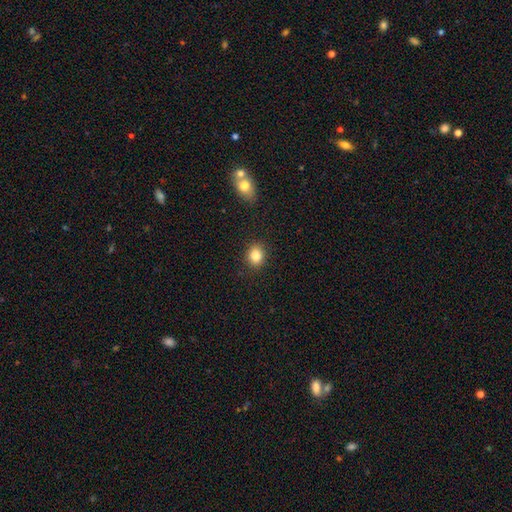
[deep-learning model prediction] This appears to be a smooth galaxy with no disk features (84%) that is round (61%). Merging: none (88%).